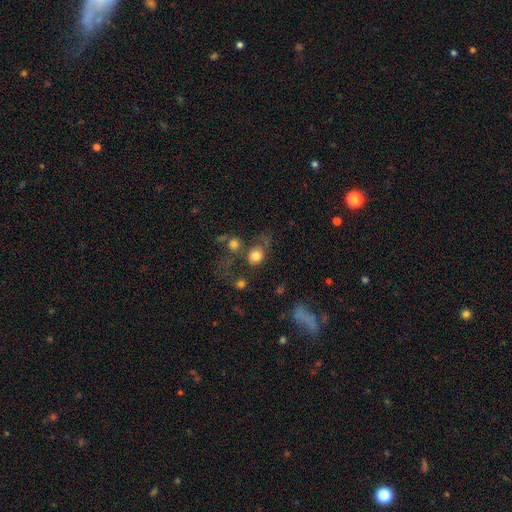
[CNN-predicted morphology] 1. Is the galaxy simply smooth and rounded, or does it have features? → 78% smooth, 11% star or artifact, 11% featured or disk.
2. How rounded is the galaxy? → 72% round, 27% in between, 1% cigar-shaped.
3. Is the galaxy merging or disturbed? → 50% none, 19% merger, 16% minor disturbance, 15% major disturbance.